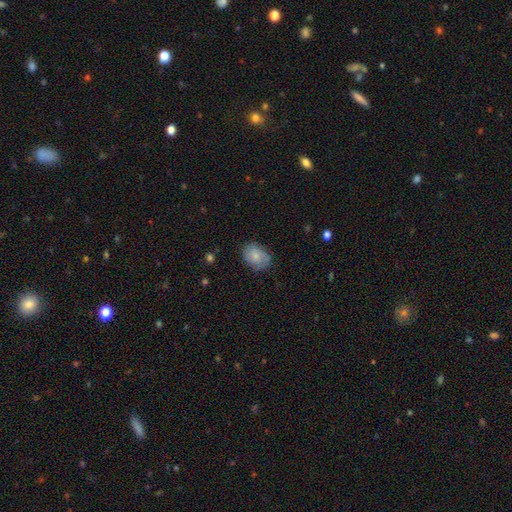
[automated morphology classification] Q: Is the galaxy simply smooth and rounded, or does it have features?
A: smooth — 73%.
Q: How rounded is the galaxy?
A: in between — 70%.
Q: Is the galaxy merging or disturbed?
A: none — 69%.